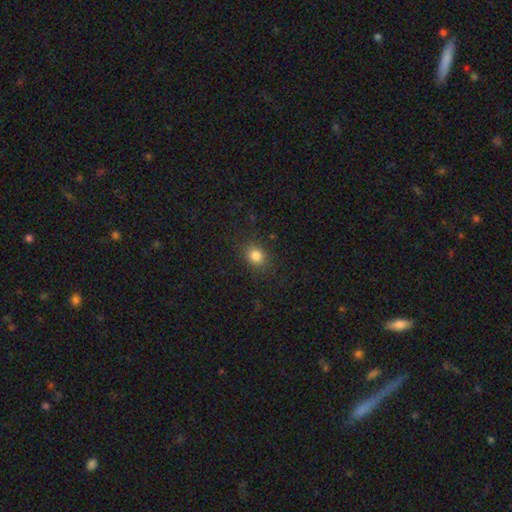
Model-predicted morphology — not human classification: smooth_or_featured: smooth (p=0.83) [alt: star or artifact p=0.12]
how_rounded: round (p=0.64) [alt: in between p=0.35]
merging: none (p=0.85) [alt: minor disturbance p=0.10]